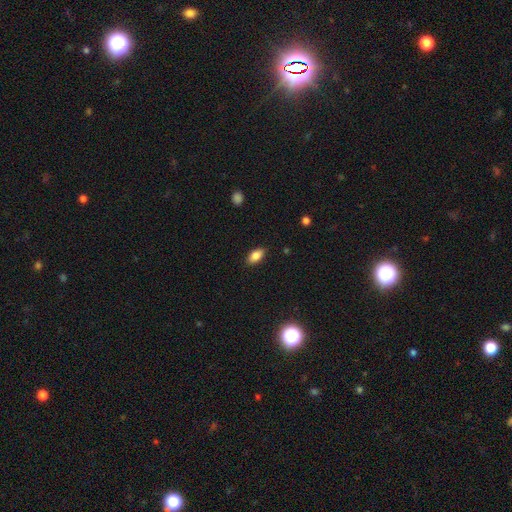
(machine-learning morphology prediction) Smooth or featured? Predicted: smooth (p=0.84). How rounded? Predicted: in between (p=0.90). Merging? Predicted: none (p=0.87).